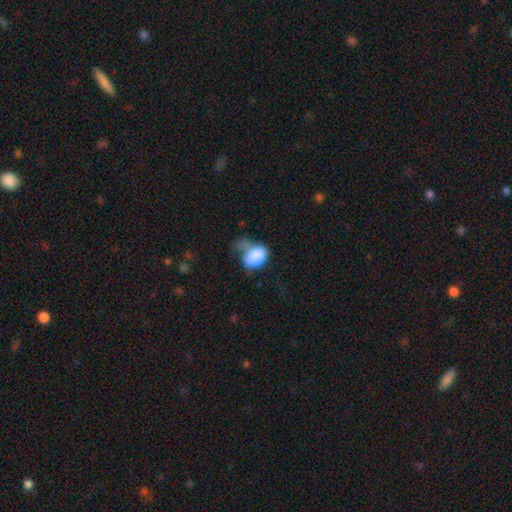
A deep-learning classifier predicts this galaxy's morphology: Q: Smooth or featured?
A: smooth (79%); runner-up: featured or disk (14%)
Q: How rounded?
A: in between (74%); runner-up: round (25%)
Q: Merging?
A: major disturbance (42%); runner-up: minor disturbance (26%)